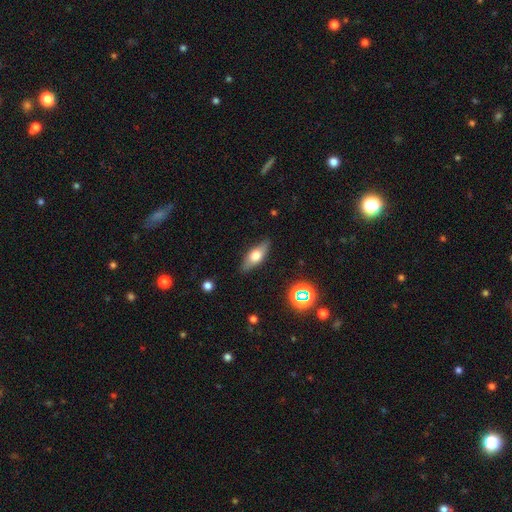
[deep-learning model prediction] smooth-or-featured: smooth: 59% | featured or disk: 33% | star or artifact: 8%
  how-rounded: in between: 70% | cigar-shaped: 26% | round: 4%
  merging: none: 84% | minor disturbance: 12% | major disturbance: 3% | merger: 1%